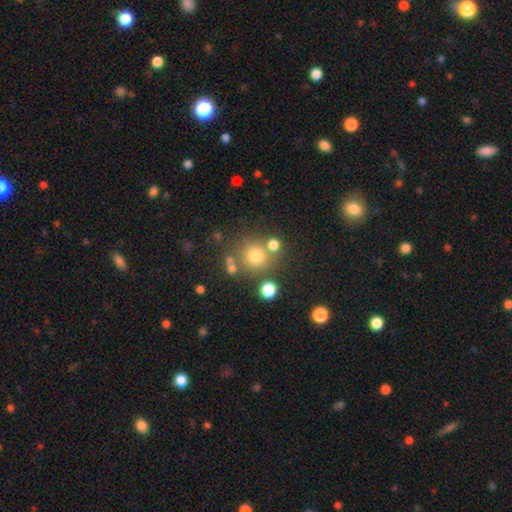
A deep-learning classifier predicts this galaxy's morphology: Smooth or featured? smooth (72%)
How rounded? round (91%)
Merging? none (73%)